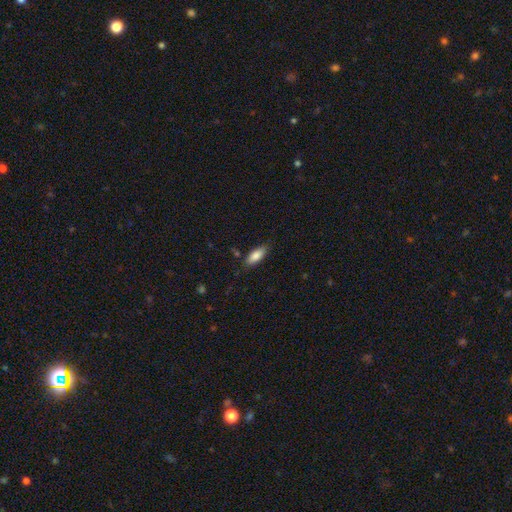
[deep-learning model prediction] smooth 85%, featured or disk 8%, star or artifact 7%. Down the decision tree: how rounded — in between (82%); merging — none (81%).